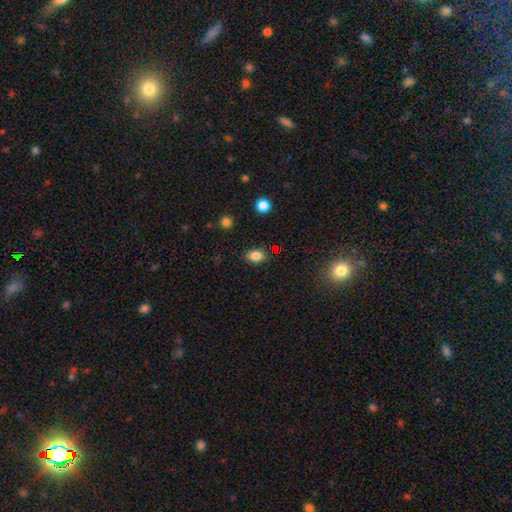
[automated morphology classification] A smooth galaxy with no disk features (80%) that is in between round and cigar-shaped (72%).

Vote fractions:
- Smooth or featured? smooth: 80% / star or artifact: 13% / featured or disk: 6%
- How rounded? in between: 72% / round: 26% / cigar-shaped: 2%
- Merging? none: 86% / minor disturbance: 10% / major disturbance: 3% / merger: 2%